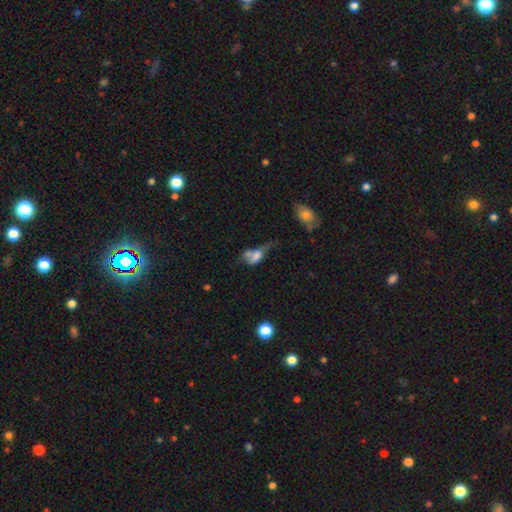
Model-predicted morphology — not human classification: This is possibly a smooth galaxy (55%). How rounded: likely in between (77%). Merging: marginally merger (38%).